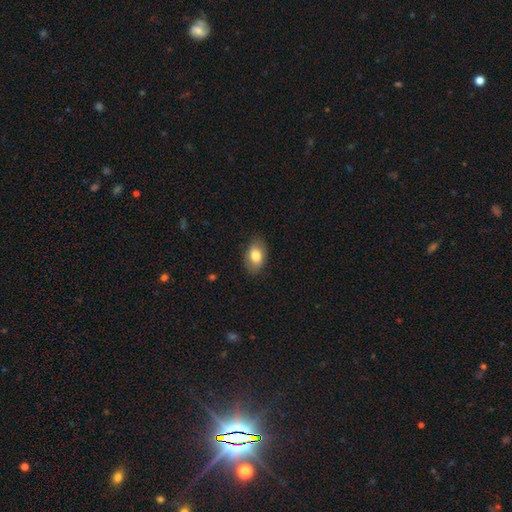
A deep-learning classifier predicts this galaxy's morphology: type=smooth (79%); roundness=in between (89%); merging=none (85%).